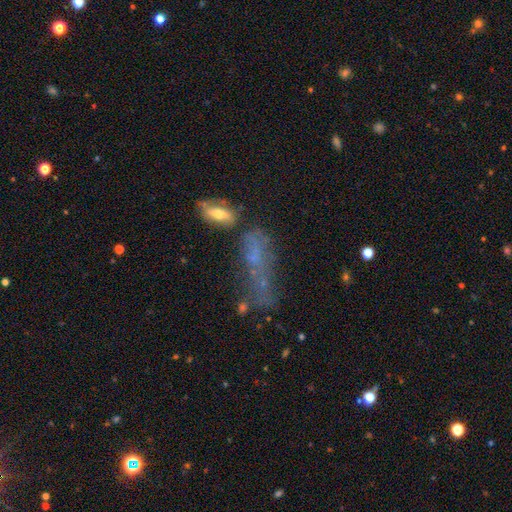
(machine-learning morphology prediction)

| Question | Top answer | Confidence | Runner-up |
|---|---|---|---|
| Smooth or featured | smooth | 44% | featured or disk (36%) |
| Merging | major disturbance | 28% | tied: none (28%) |